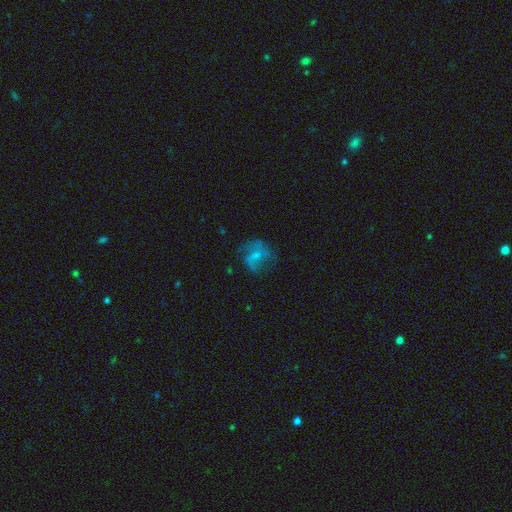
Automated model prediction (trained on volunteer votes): This is possibly a featured or disk galaxy (50%). It is clearly not viewed edge-on (97%). Merging: possibly none (51%).